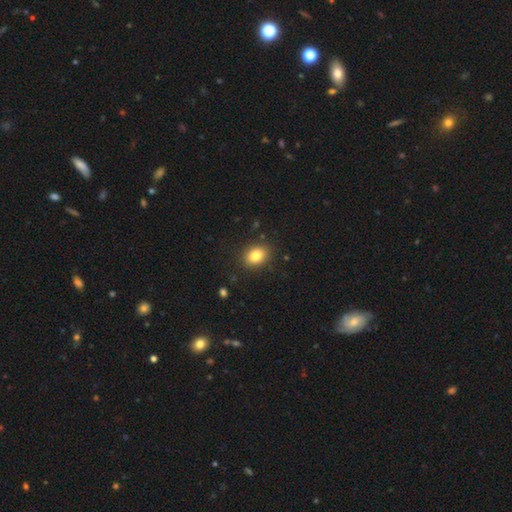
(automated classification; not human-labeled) A smooth galaxy with no disk features (82%) that is in between round and cigar-shaped (62%). Merging: none (87%).